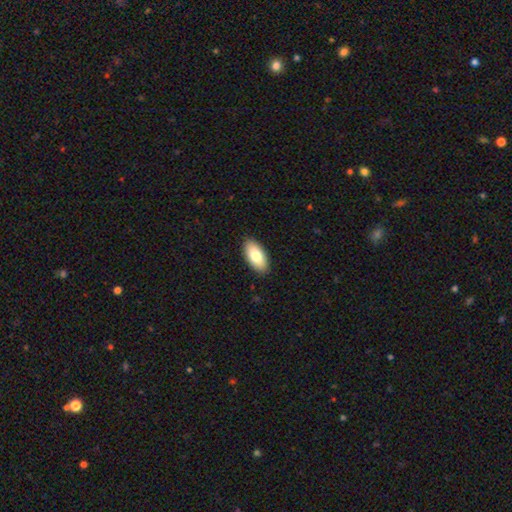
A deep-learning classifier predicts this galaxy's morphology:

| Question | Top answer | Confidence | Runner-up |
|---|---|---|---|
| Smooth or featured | smooth | 79% | featured or disk (15%) |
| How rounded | in between | 93% | cigar-shaped (5%) |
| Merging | none | 90% | minor disturbance (7%) |